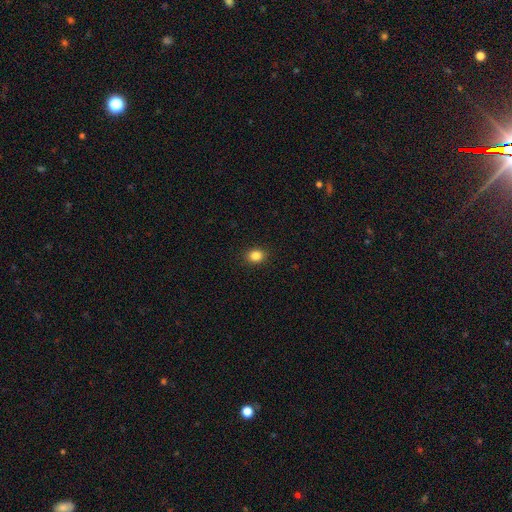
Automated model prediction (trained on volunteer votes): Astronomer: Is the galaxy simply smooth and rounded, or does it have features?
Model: smooth — 85%.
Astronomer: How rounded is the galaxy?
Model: round — 58% (runner-up: in between, 41%).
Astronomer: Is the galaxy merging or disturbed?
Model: none — 91%.